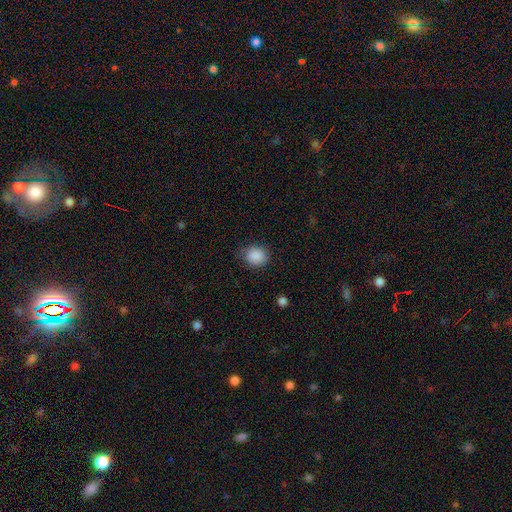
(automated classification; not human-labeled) Smooth or featured?
  - smooth: 88% *
  - star or artifact: 9%
  - featured or disk: 3%
How rounded?
  - round: 74% *
  - in between: 25%
  - cigar-shaped: 1%
Merging?
  - none: 78% *
  - minor disturbance: 16%
  - major disturbance: 4%
  - merger: 1%